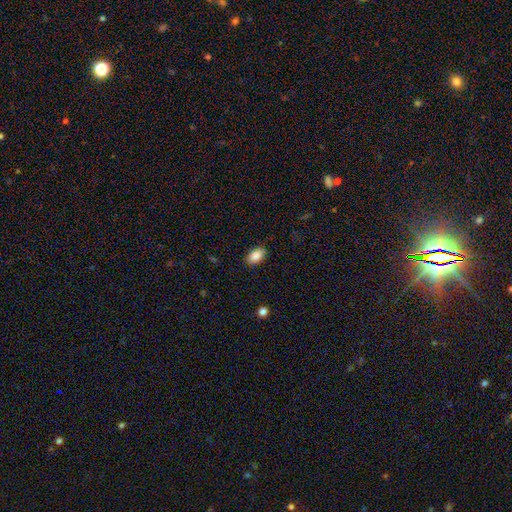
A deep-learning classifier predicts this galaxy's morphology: Smooth or featured? smooth (85%)
How rounded? in between (91%)
Merging? none (88%)